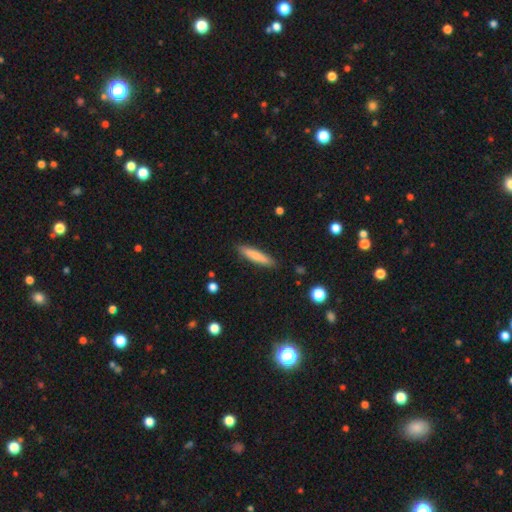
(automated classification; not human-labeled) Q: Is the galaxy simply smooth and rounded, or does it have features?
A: smooth — 80%.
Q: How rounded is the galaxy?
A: cigar-shaped — 87%.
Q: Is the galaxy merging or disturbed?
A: none — 89%.